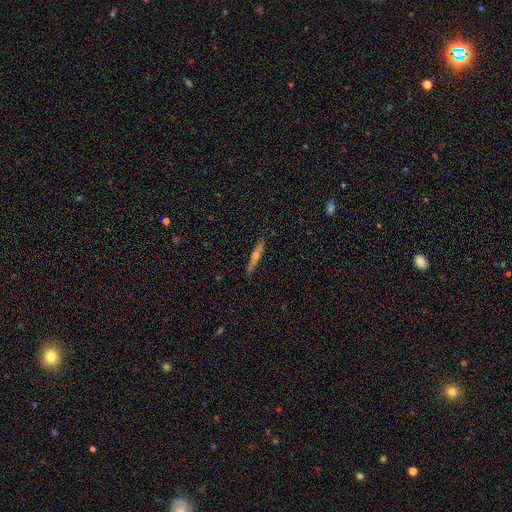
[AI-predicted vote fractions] Smooth or featured? Predicted: featured or disk (p=0.53). Edge-on disk? Predicted: yes (p=0.95). Merging? Predicted: none (p=0.89).